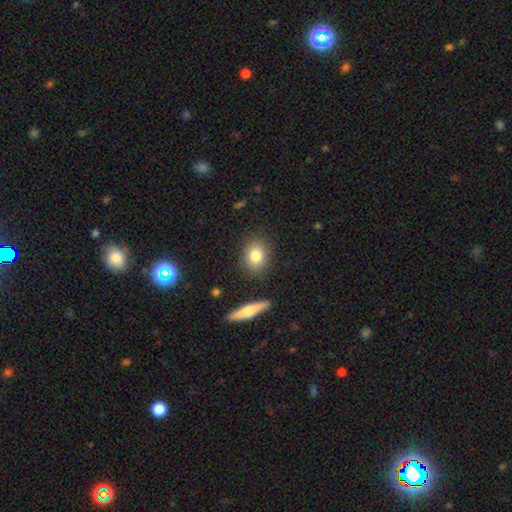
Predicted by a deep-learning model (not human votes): The model was most divided on "how rounded": round: 49%, in between: 48%, cigar-shaped: 3%. More confident: merging — none (85%); smooth or featured — smooth (81%).